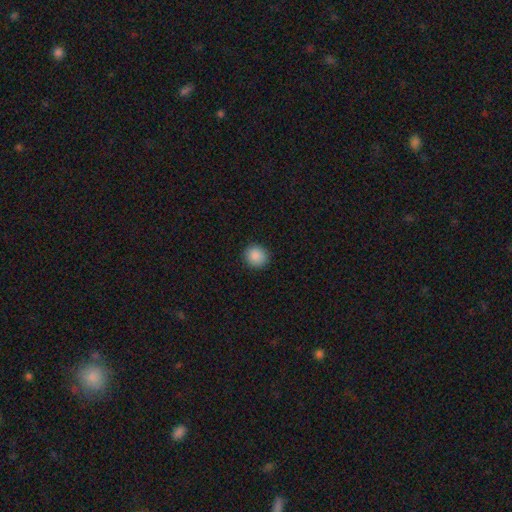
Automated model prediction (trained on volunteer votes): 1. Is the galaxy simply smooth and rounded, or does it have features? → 89% smooth, 9% star or artifact, 3% featured or disk.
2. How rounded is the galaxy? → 88% round, 11% in between, 1% cigar-shaped.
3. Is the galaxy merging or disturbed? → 91% none, 6% minor disturbance, 2% major disturbance, 1% merger.